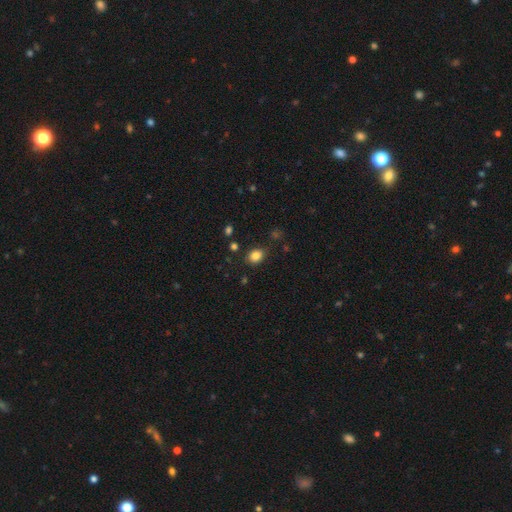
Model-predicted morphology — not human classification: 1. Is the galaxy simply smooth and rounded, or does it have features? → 84% smooth, 11% star or artifact, 5% featured or disk.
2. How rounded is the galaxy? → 54% in between, 45% round, 1% cigar-shaped.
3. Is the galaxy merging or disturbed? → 82% none, 12% minor disturbance, 3% major disturbance, 2% merger.